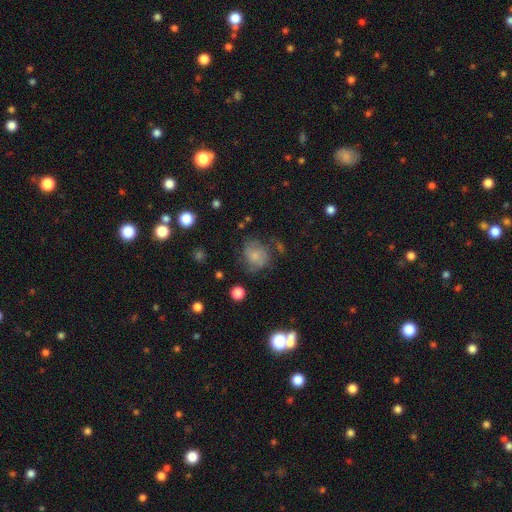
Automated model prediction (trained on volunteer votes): Q: Smooth or featured?
A: smooth (63%); runner-up: featured or disk (26%)
Q: How rounded?
A: round (63%); runner-up: in between (36%)
Q: Merging?
A: none (51%); runner-up: minor disturbance (27%)